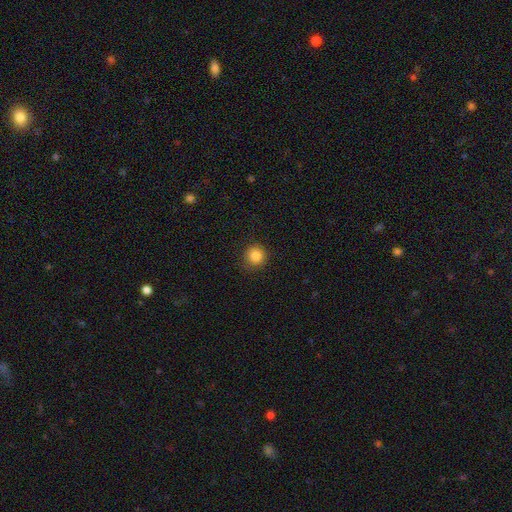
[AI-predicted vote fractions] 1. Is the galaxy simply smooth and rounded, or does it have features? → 85% smooth, 11% star or artifact, 4% featured or disk.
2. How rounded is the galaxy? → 93% round, 6% in between, 1% cigar-shaped.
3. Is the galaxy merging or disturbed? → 89% none, 8% minor disturbance, 2% major disturbance, 1% merger.